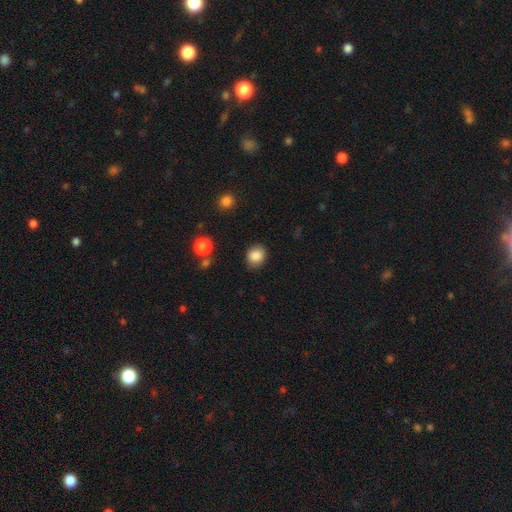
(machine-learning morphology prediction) type=smooth (86%); roundness=round (67%); merging=none (84%).